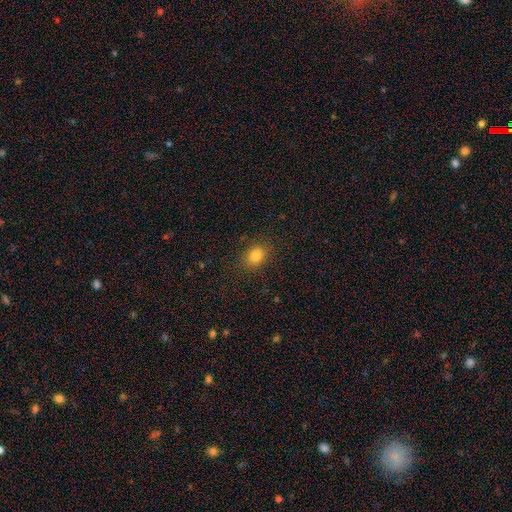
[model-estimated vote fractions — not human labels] Smooth or featured: smooth — 83% (star or artifact — 11%)
How rounded: in between — 61% (round — 38%)
Merging: none — 86% (minor disturbance — 9%)